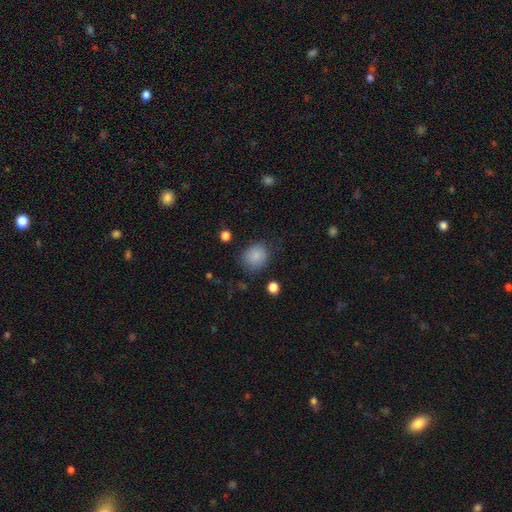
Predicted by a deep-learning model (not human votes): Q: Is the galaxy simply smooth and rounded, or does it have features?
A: smooth — 86%.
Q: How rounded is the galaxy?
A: round — 73%.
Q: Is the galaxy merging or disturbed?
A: none — 76%.